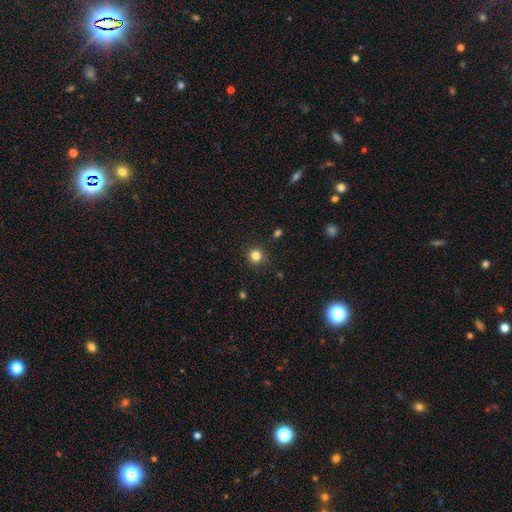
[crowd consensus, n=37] Smooth or featured: smooth — 84% (featured or disk — 8%)
How rounded: round — 100%
Merging: none — 91% (minor disturbance — 3%)